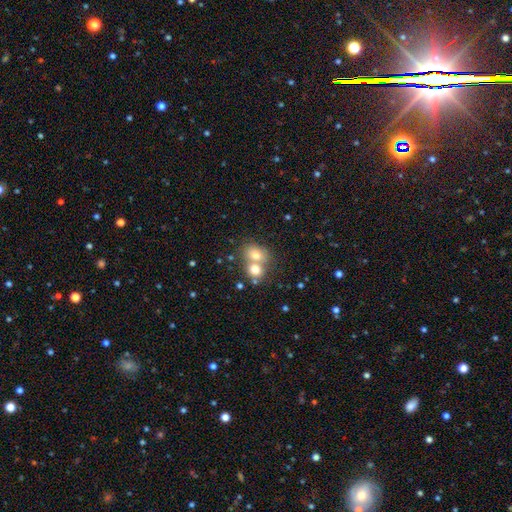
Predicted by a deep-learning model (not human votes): smooth_or_featured: smooth (p=0.65) [alt: featured or disk p=0.18]
how_rounded: round (p=0.61) [alt: in between p=0.37]
merging: merger (p=0.57) [alt: none p=0.33]